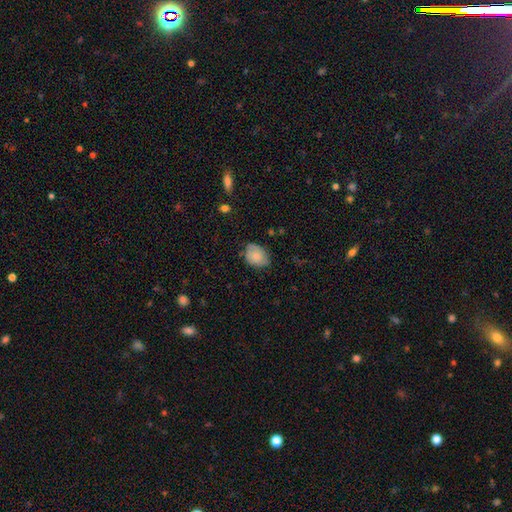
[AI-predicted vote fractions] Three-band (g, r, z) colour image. It shows a smooth galaxy with no disk features (73%) that is in between round and cigar-shaped (68%). Merging: none (64%).